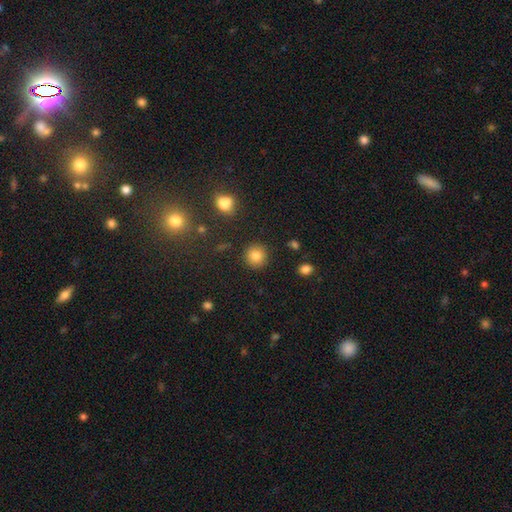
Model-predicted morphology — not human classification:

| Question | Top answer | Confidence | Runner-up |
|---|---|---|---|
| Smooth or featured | smooth | 82% | star or artifact (11%) |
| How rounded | round | 92% | in between (7%) |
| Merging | none | 90% | minor disturbance (6%) |